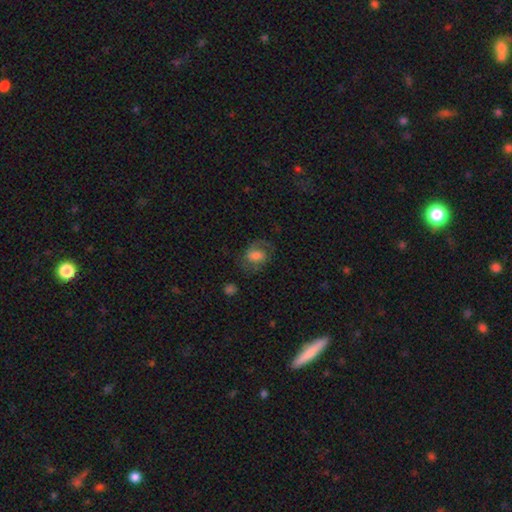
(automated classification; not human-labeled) This appears to be a smooth galaxy with no disk features (47%). Merging: none (59%).